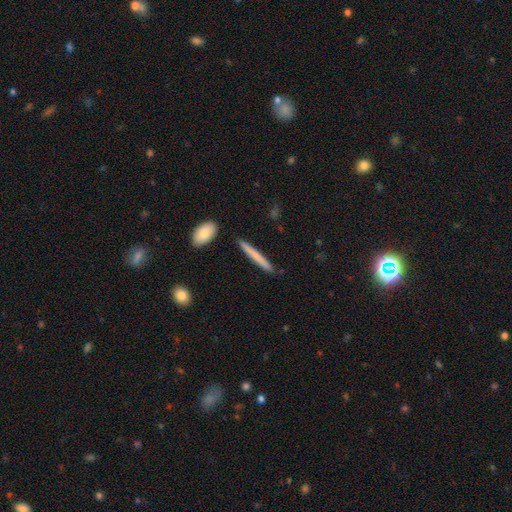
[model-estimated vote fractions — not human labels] Smooth or featured? Predicted: smooth (p=0.68). How rounded? Predicted: cigar-shaped (p=0.96). Merging? Predicted: none (p=0.90).